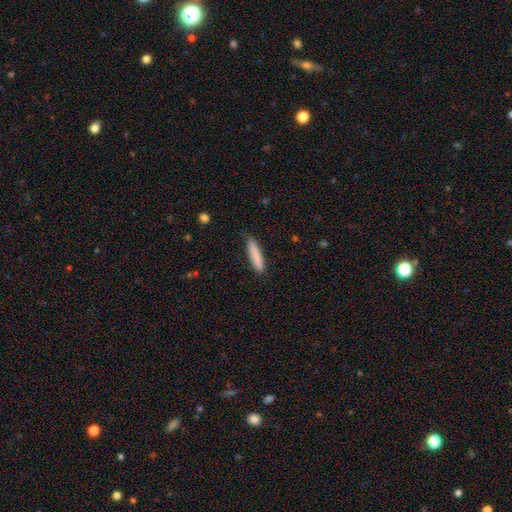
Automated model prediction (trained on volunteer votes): smooth-or-featured: smooth: 84% | featured or disk: 9% | star or artifact: 6%
  how-rounded: cigar-shaped: 88% | in between: 11% | round: 1%
  merging: none: 85% | minor disturbance: 12% | major disturbance: 2% | merger: 1%